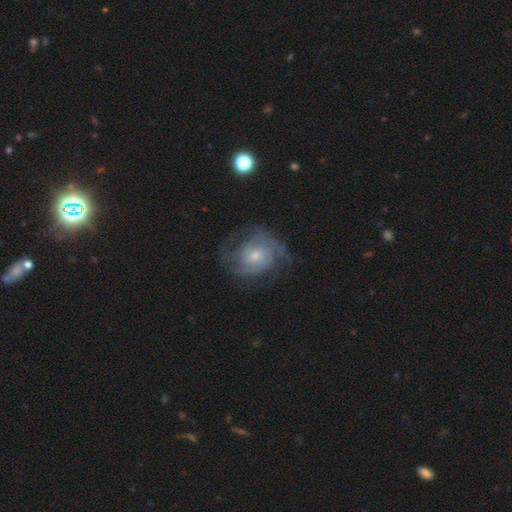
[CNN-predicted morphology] featured or disk 77%, smooth 17%, star or artifact 7%. Down the decision tree: edge-on disk — no (98%); bar — no (69%); spiral arms — yes (91%); spiral arm count — 2 (44%); spiral winding — tight (44%); bulge size — small (54%); merging — none (63%).